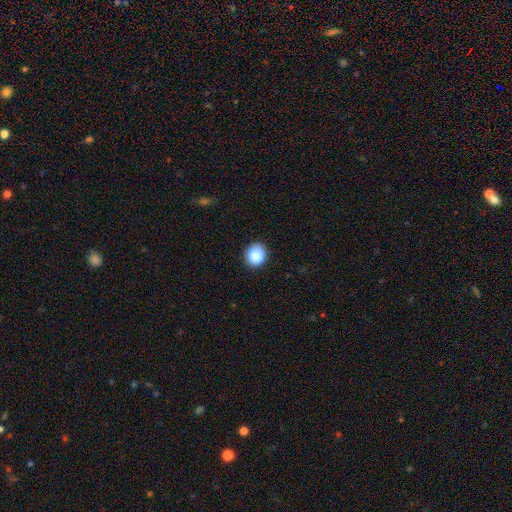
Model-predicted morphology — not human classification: Q: Smooth or featured?
A: smooth (87%); runner-up: star or artifact (9%)
Q: How rounded?
A: round (78%); runner-up: in between (21%)
Q: Merging?
A: none (87%); runner-up: minor disturbance (10%)